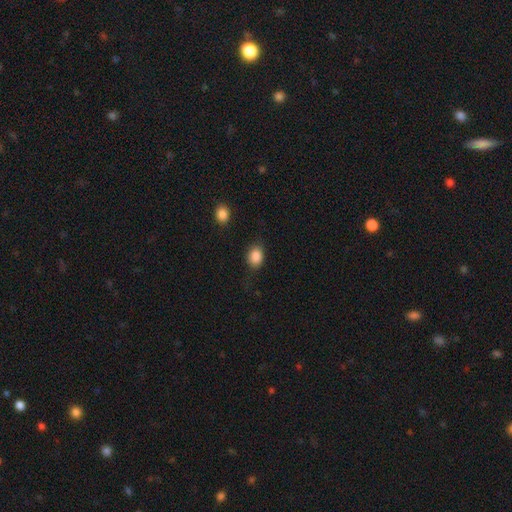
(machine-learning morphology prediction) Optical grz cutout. It shows a smooth galaxy with no disk features (86%) that is in between round and cigar-shaped (59%). Merging: none (75%).